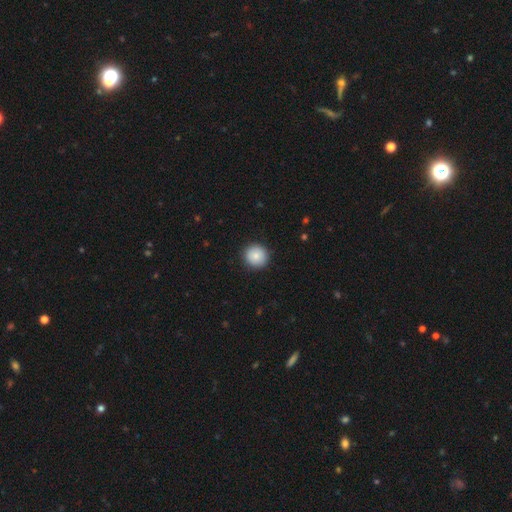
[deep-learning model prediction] A smooth galaxy with no disk features (84%) that is round (93%). Merging: none (91%).